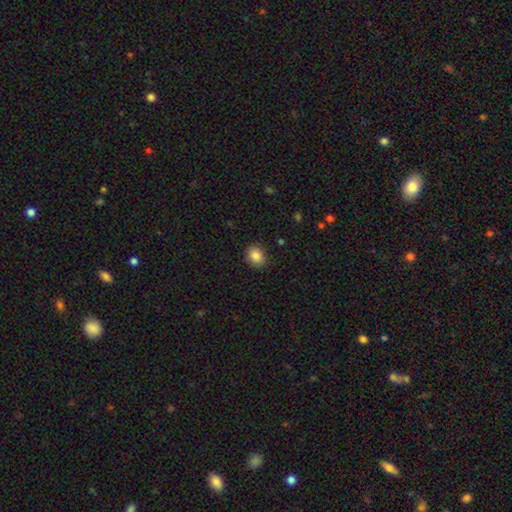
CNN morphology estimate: Smooth or featured? smooth (87%)
How rounded? round (55%)
Merging? none (88%)